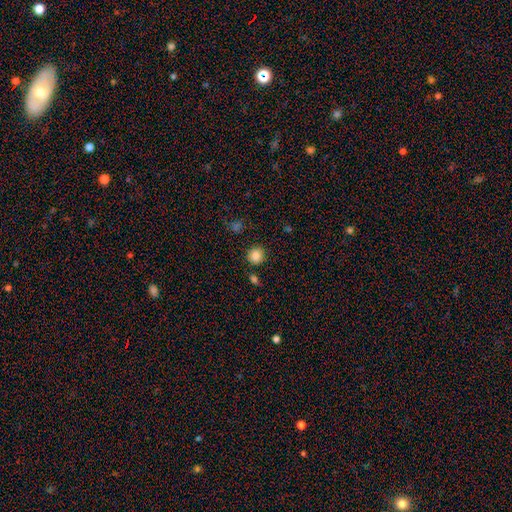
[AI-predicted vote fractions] A smooth galaxy with no disk features (86%) that is round (90%). Merging: none (85%).